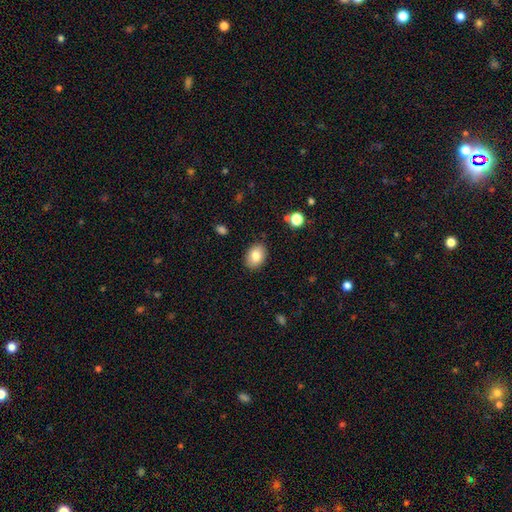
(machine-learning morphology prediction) smooth 82%, featured or disk 9%, star or artifact 8%. Down the decision tree: how rounded — in between (78%); merging — none (87%).